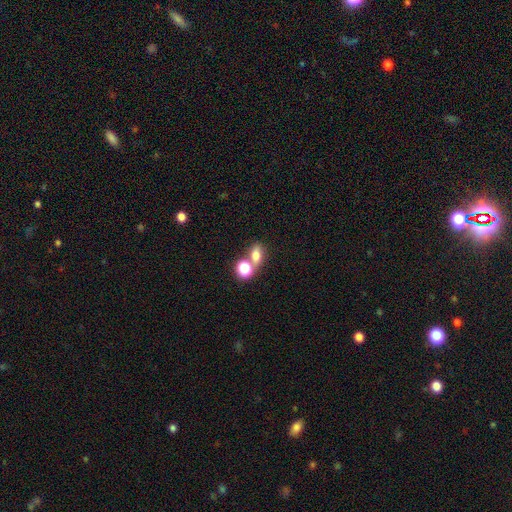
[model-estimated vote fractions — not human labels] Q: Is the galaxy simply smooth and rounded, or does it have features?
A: smooth — 74%.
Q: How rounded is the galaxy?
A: in between — 65%.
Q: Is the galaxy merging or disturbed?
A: merger — 44%.